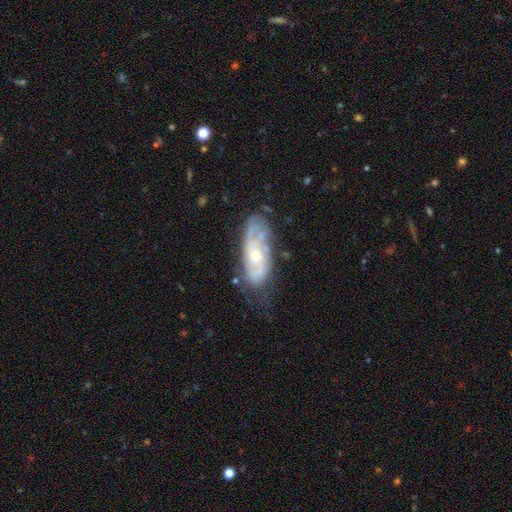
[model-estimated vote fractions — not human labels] This is likely a featured or disk galaxy (73%). It is clearly not viewed edge-on (90%). Bar: likely no (71%). Spiral arm pattern: clearly yes (83%). Spiral arm count: marginally can't tell (41%). Spiral winding: possibly tight (46%). Central bulge: possibly small (54%). Merging: possibly none (56%).